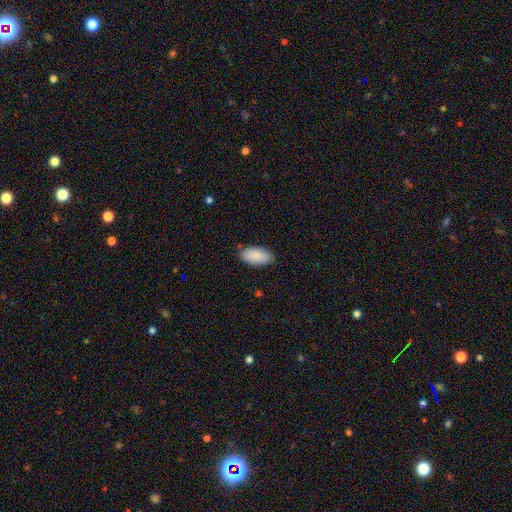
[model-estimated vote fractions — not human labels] Smooth or featured?
  - smooth: 87% *
  - featured or disk: 7%
  - star or artifact: 6%
How rounded?
  - in between: 94% *
  - cigar-shaped: 3%
  - round: 2%
Merging?
  - none: 83% *
  - minor disturbance: 14%
  - major disturbance: 2%
  - merger: 1%